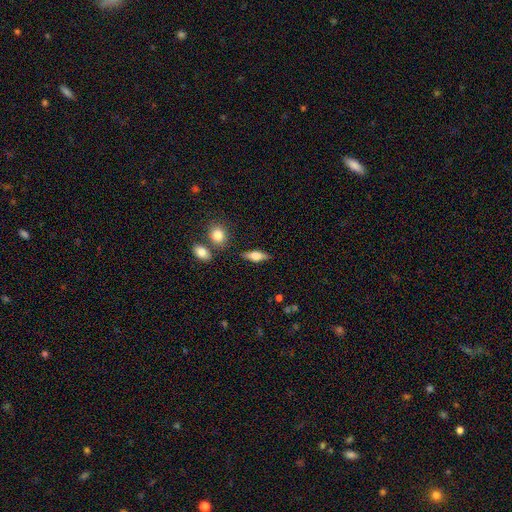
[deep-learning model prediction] Smooth or featured? smooth (53%)
How rounded? in between (67%)
Merging? none (82%)